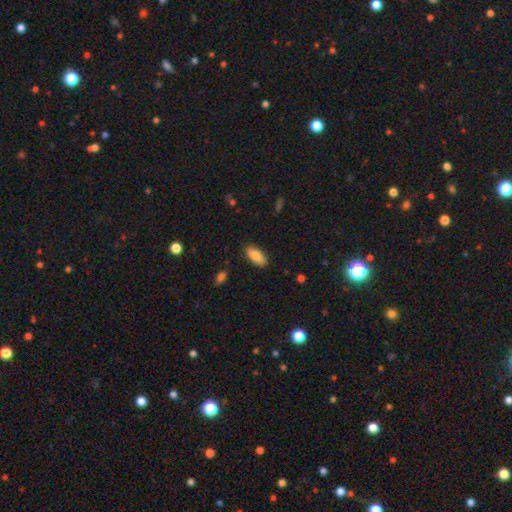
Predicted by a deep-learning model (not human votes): Morphology: type=smooth (84%); roundness=in between (87%); merging=none (87%).